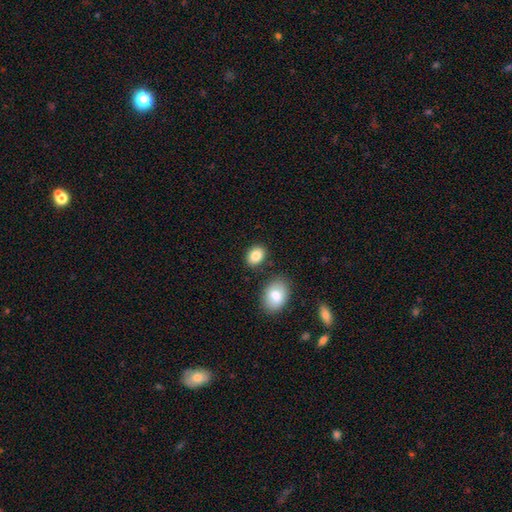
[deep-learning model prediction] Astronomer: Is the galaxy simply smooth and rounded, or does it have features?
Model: smooth — 84%.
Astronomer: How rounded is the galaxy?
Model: in between — 72%.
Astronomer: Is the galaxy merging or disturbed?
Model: none — 79%.